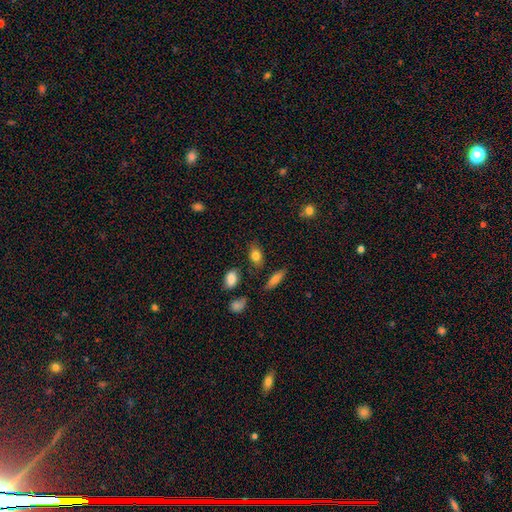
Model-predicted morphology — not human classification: Smooth or featured: smooth — 82% (featured or disk — 9%)
How rounded: in between — 80% (round — 16%)
Merging: none — 81% (minor disturbance — 12%)